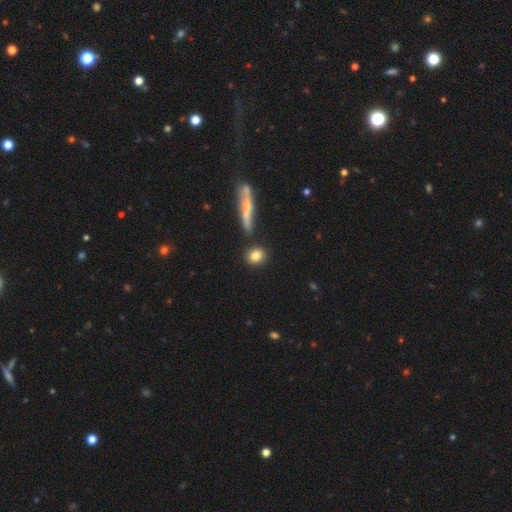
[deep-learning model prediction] Morphology: type=smooth (82%); roundness=round (71%); merging=none (83%).